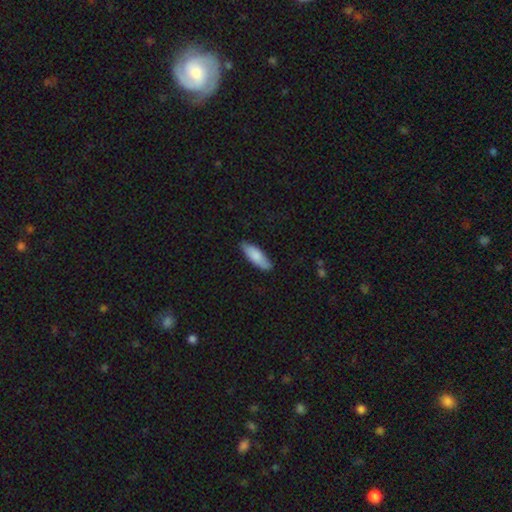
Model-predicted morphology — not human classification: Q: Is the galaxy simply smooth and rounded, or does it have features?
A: smooth — 83%.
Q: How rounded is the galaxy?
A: in between — 59%.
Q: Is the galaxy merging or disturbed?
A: none — 80%.